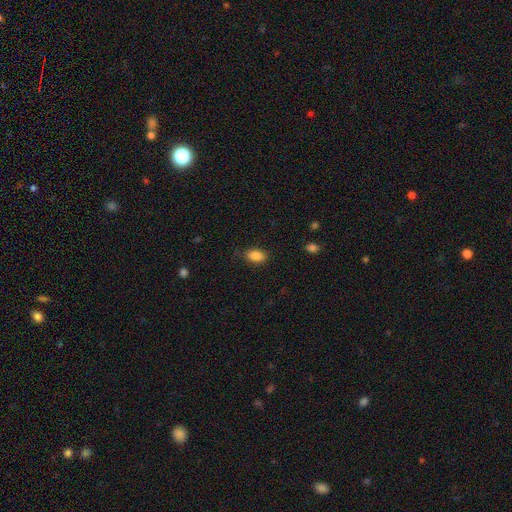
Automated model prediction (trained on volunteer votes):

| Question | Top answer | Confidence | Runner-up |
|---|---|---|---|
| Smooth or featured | smooth | 88% | star or artifact (8%) |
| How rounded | in between | 89% | round (9%) |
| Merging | none | 82% | minor disturbance (13%) |